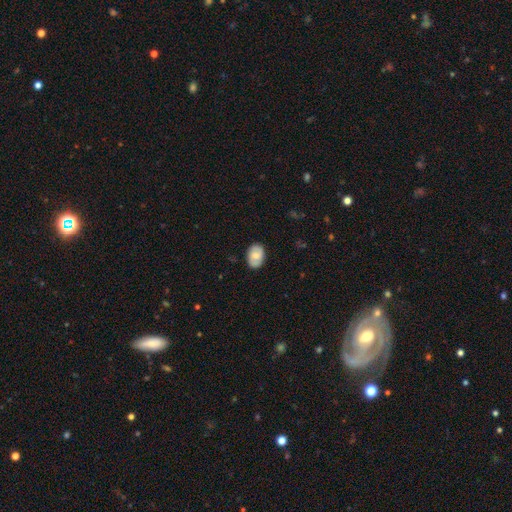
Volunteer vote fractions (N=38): Q: Smooth or featured?
A: smooth (50%); runner-up: featured or disk (42%)
Q: How rounded?
A: in between (68%); runner-up: round (21%)
Q: Merging?
A: none (80%); runner-up: minor disturbance (11%)